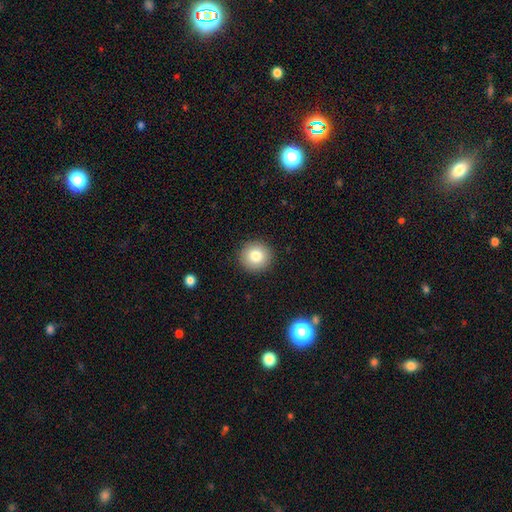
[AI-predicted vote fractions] smooth 81%, star or artifact 10%, featured or disk 9%. Down the decision tree: how rounded — round (94%); merging — none (92%).